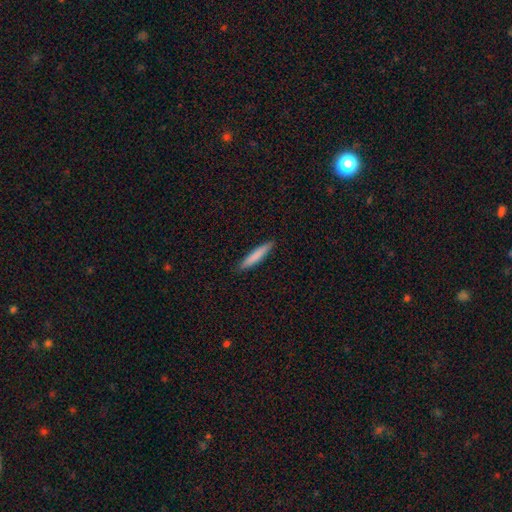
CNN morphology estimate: Overall: smooth (80%). How rounded: cigar-shaped (92%). Merging: none (90%).